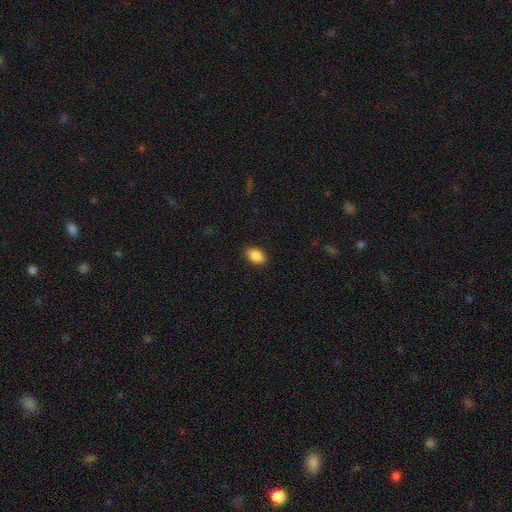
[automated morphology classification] Smooth or featured: smooth — 87% (star or artifact — 8%)
How rounded: in between — 88% (round — 10%)
Merging: none — 88% (minor disturbance — 9%)